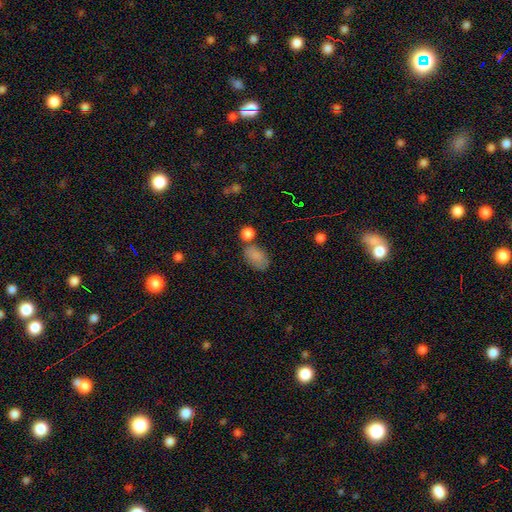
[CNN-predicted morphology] smooth 83%, star or artifact 9%, featured or disk 8%. Down the decision tree: how rounded — in between (90%); merging — none (58%).